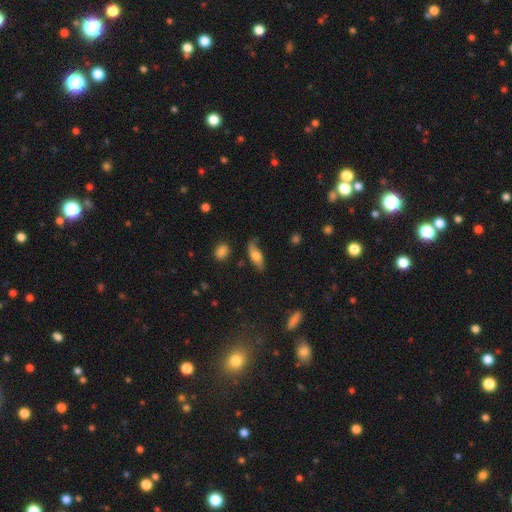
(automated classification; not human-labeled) A smooth galaxy with no disk features (54%) that is in between round and cigar-shaped (70%).

Vote fractions:
- Smooth or featured? smooth: 54% / featured or disk: 38% / star or artifact: 8%
- How rounded? in between: 70% / cigar-shaped: 25% / round: 5%
- Merging? none: 60% / minor disturbance: 27% / major disturbance: 10% / merger: 3%